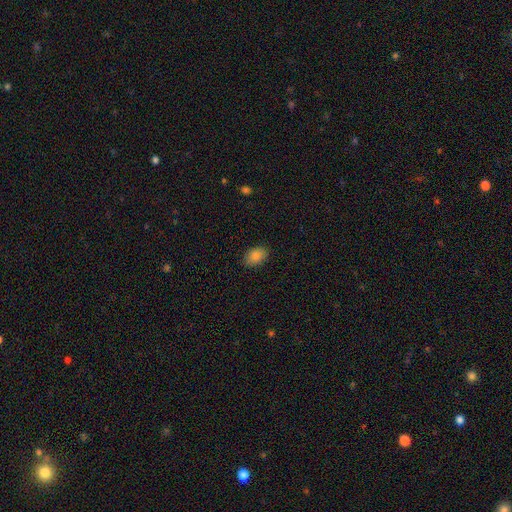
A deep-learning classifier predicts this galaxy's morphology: Smooth or featured? Predicted: smooth (p=0.84). How rounded? Predicted: in between (p=0.84). Merging? Predicted: none (p=0.87).